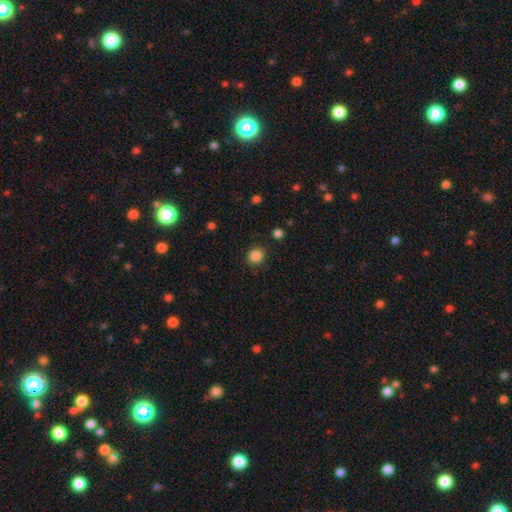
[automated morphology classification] A smooth galaxy with no disk features (86%) that is round (80%).

Vote fractions:
- Smooth or featured? smooth: 86% / star or artifact: 11% / featured or disk: 4%
- How rounded? round: 80% / in between: 19% / cigar-shaped: 1%
- Merging? none: 87% / minor disturbance: 8% / major disturbance: 3% / merger: 2%